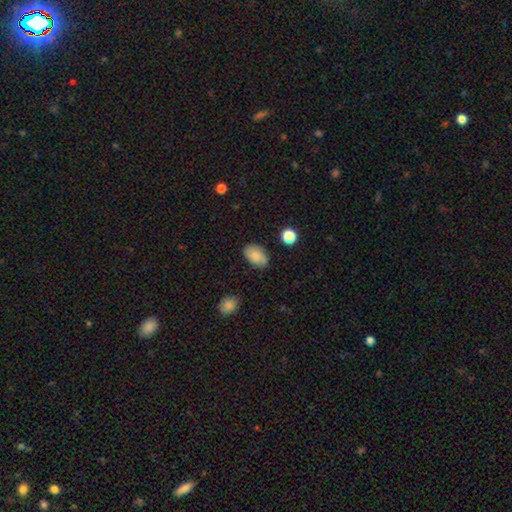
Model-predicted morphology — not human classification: smooth_or_featured: smooth (p=0.81) [alt: featured or disk p=0.11]
how_rounded: in between (p=0.88) [alt: round p=0.11]
merging: none (p=0.76) [alt: minor disturbance p=0.18]